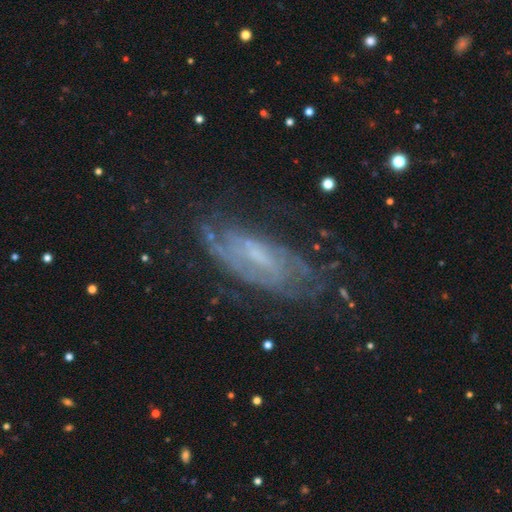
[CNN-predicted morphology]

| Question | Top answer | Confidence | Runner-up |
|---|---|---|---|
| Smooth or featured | featured or disk | 74% | smooth (16%) |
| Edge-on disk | no | 86% | yes (14%) |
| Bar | weak | 46% | no (37%) |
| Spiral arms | yes | 81% | no (19%) |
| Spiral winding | tight | 54% | medium (33%) |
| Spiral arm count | can't tell | 59% | 2 (21%) |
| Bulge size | small | 45% | none (26%) |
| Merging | none | 63% | minor disturbance (22%) |